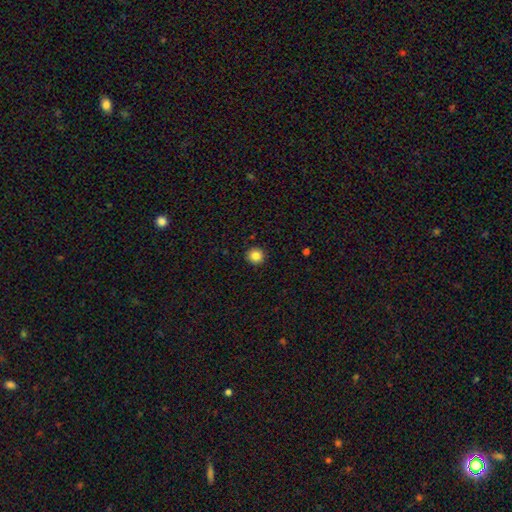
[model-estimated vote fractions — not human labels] Q: Smooth or featured?
A: smooth (85%); runner-up: star or artifact (11%)
Q: How rounded?
A: round (94%); runner-up: in between (5%)
Q: Merging?
A: none (92%); runner-up: minor disturbance (5%)